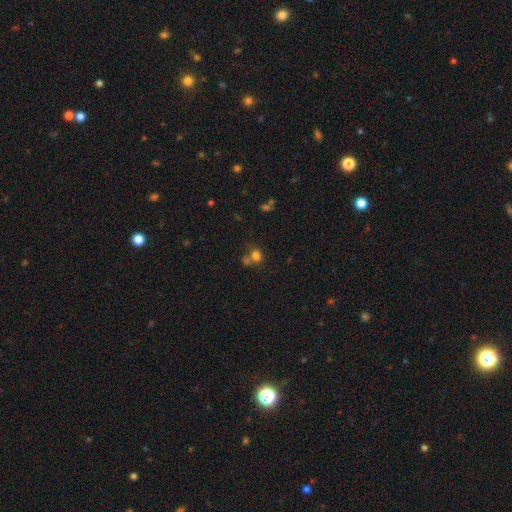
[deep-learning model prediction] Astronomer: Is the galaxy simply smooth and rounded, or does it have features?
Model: smooth — 74%.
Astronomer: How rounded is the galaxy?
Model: round — 71%.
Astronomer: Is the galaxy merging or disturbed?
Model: none — 47% (runner-up: merger, 35%).